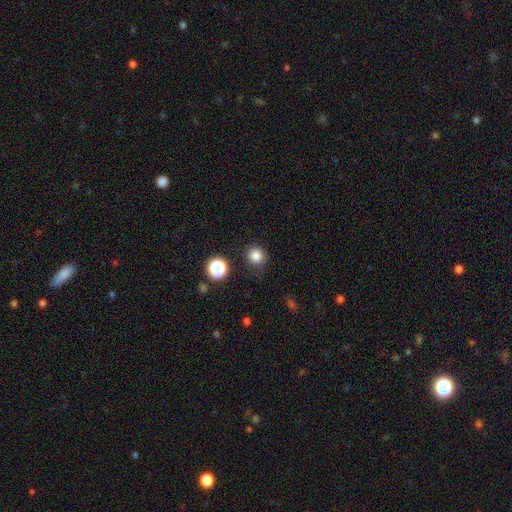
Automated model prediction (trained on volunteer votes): Morphology: type=smooth (82%); roundness=round (92%); merging=none (85%).